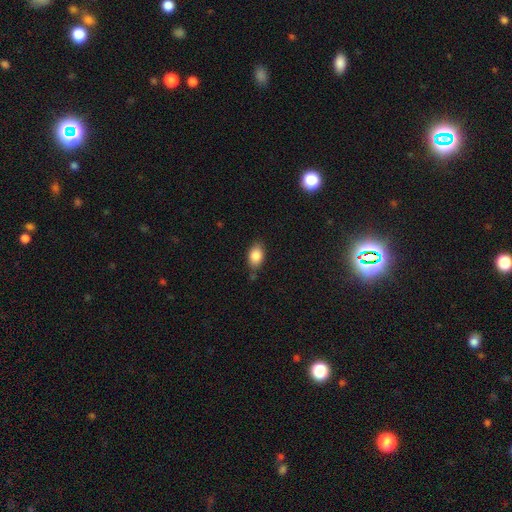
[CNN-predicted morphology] This appears to be a smooth galaxy with no disk features (87%) that is in between round and cigar-shaped (85%). Merging: none (75%).